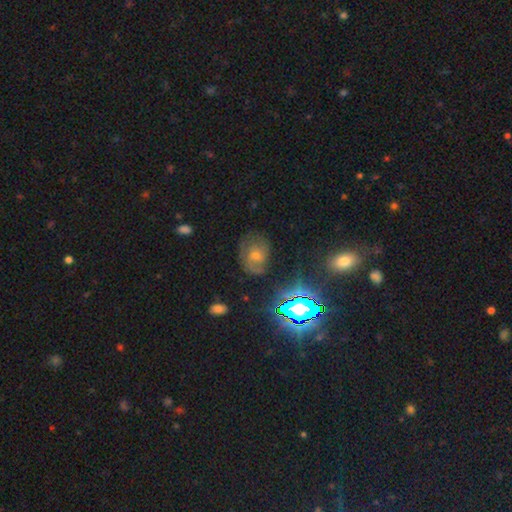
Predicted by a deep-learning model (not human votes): smooth-or-featured: featured or disk: 48% | smooth: 28% | star or artifact: 24%
  merging: none: 64% | minor disturbance: 22% | major disturbance: 12% | merger: 3%